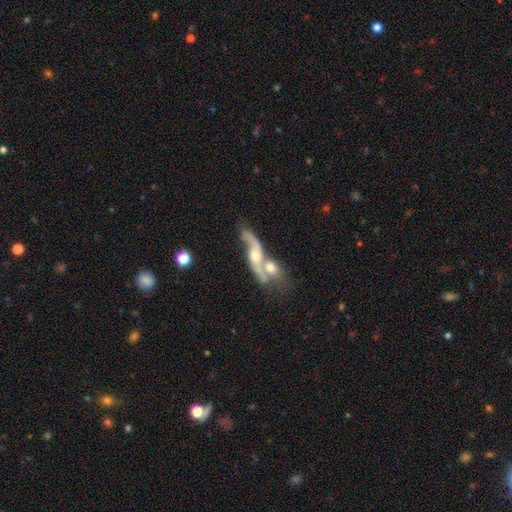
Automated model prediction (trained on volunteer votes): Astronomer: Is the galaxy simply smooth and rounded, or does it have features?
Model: featured or disk — 79%.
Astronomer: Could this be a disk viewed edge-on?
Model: no — 80%.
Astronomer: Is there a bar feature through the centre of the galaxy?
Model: no — 61%.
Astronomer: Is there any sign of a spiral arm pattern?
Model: yes — 85%.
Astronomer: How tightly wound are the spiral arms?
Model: loose — 72%.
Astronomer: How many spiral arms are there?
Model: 2 — 85%.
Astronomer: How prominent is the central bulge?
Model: moderate — 59%.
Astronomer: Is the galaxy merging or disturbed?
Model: merger — 52% (runner-up: none, 29%).